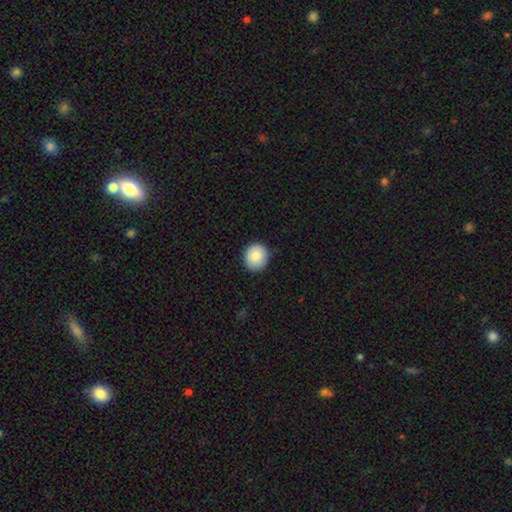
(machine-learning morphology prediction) smooth 84%, featured or disk 8%, star or artifact 8%. Down the decision tree: how rounded — round (87%); merging — none (88%).